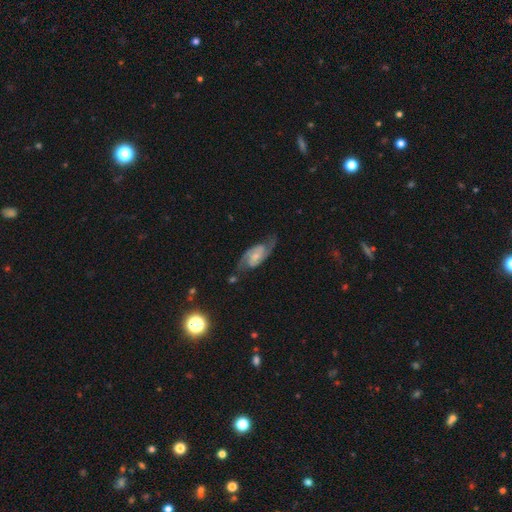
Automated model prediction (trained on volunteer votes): Smooth or featured? featured or disk (86%)
Edge-on disk? no (96%)
Bar? no (49%)
Spiral arms? yes (97%)
Spiral winding? medium (53%)
Spiral arm count? 2 (92%)
Bulge size? small (54%)
Merging? none (72%)